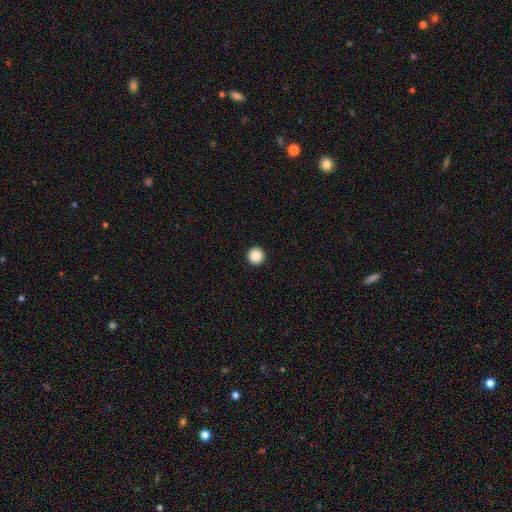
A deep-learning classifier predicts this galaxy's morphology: Smooth or featured? smooth (88%)
How rounded? round (97%)
Merging? none (94%)